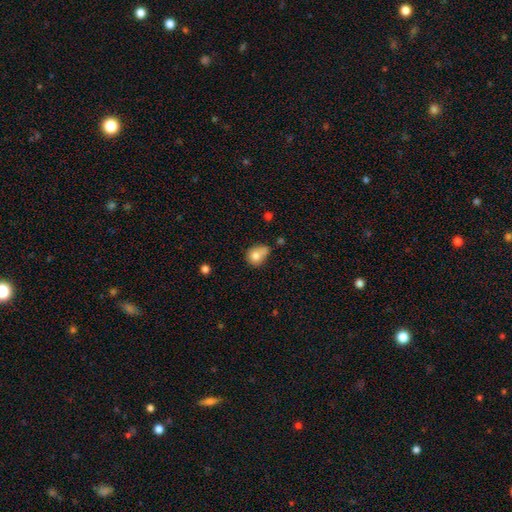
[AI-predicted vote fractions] Overall: smooth (78%). How rounded: round (54%; in between 45%). Merging: minor disturbance (33%; none 32%).